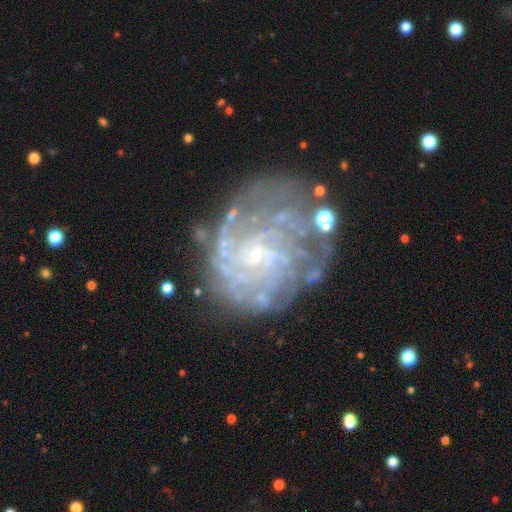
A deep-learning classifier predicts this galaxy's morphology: type=featured or disk (83%); edge-on=no (98%); bar=no (67%); spiral arms=yes (89%); winding=tight (64%); arm count=can't tell (40%); bulge=small (81%); merging=none (61%).